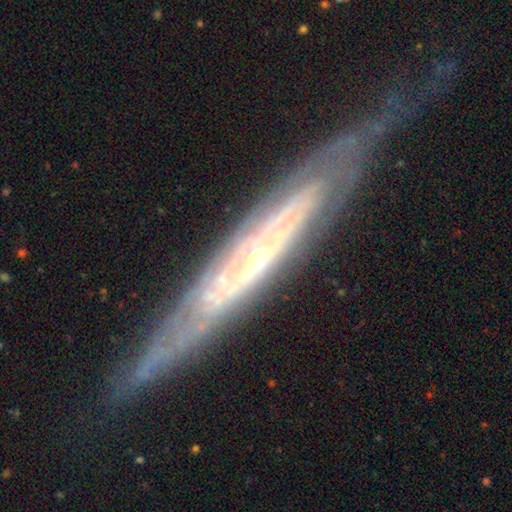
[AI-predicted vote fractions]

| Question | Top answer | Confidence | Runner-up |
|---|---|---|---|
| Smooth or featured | featured or disk | 84% | smooth (9%) |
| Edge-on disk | yes | 54% | no (46%) |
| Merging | none | 64% | minor disturbance (24%) |